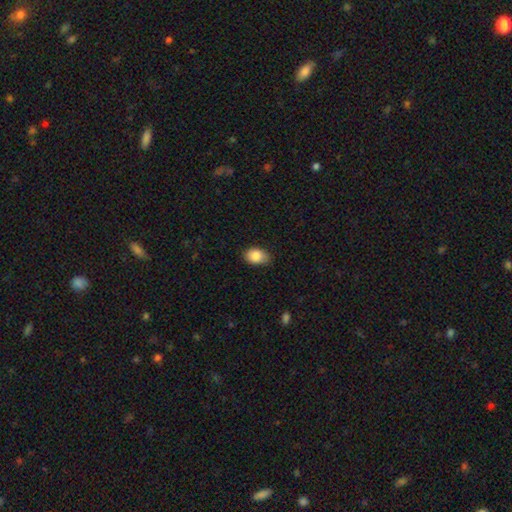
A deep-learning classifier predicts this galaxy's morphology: A smooth galaxy with no disk features (88%) that is in between round and cigar-shaped (84%).

Vote fractions:
- Smooth or featured? smooth: 88% / star or artifact: 7% / featured or disk: 5%
- How rounded? in between: 84% / round: 15% / cigar-shaped: 1%
- Merging? none: 78% / minor disturbance: 18% / major disturbance: 3% / merger: 1%